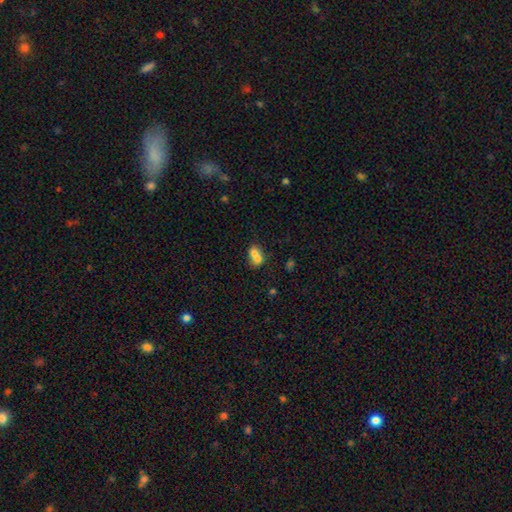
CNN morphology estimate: This is likely a smooth galaxy (70%). How rounded: possibly in between (57%). Merging: likely merger (67%).